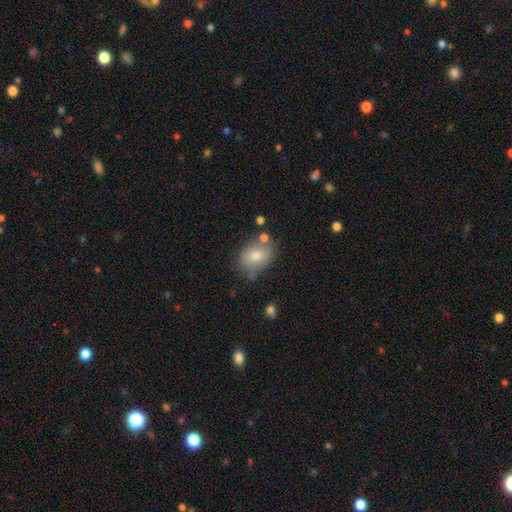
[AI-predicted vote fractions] A smooth galaxy with no disk features (75%) that is in between round and cigar-shaped (60%). Merging: none (61%).